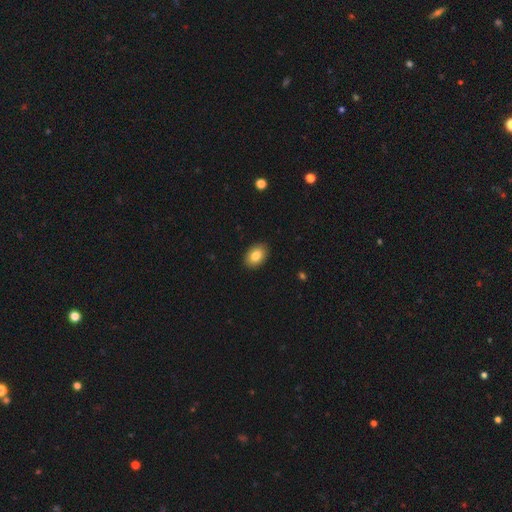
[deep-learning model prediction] Q: Smooth or featured?
A: smooth (84%); runner-up: featured or disk (9%)
Q: How rounded?
A: in between (83%); runner-up: round (15%)
Q: Merging?
A: none (90%); runner-up: minor disturbance (7%)